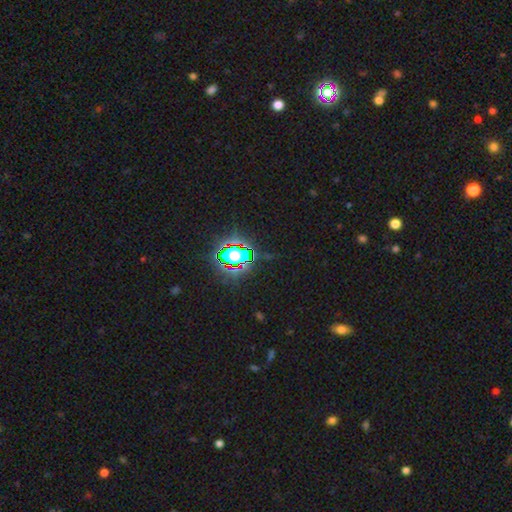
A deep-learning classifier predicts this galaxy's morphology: Overall: star or artifact (81%).